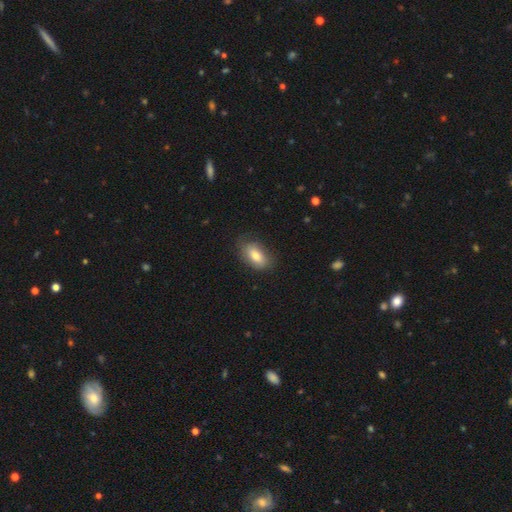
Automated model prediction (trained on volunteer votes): This appears to be a smooth galaxy with no disk features (75%) that is in between round and cigar-shaped (90%). Merging: none (73%).